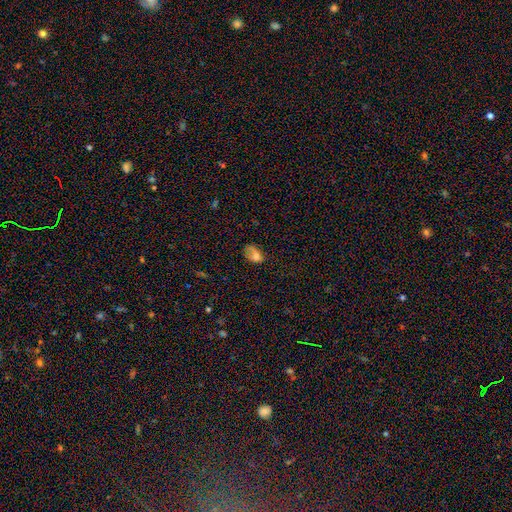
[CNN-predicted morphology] Smooth or featured?
  - smooth: 71% *
  - featured or disk: 16%
  - star or artifact: 13%
How rounded?
  - in between: 82% *
  - round: 17%
  - cigar-shaped: 2%
Merging?
  - none: 35% *
  - minor disturbance: 31%
  - major disturbance: 28%
  - merger: 6%